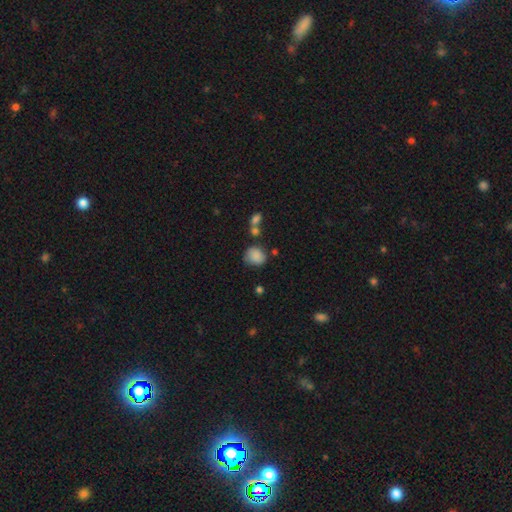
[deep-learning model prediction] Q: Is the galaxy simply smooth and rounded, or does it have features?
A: smooth — 84%.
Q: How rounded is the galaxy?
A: round — 70%.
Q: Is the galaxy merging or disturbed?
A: none — 60%.